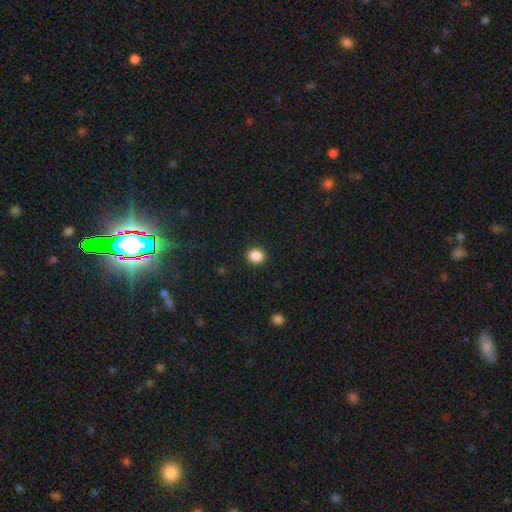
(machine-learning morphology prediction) Q: Smooth or featured?
A: smooth (88%); runner-up: star or artifact (10%)
Q: How rounded?
A: round (77%); runner-up: in between (23%)
Q: Merging?
A: none (91%); runner-up: minor disturbance (6%)